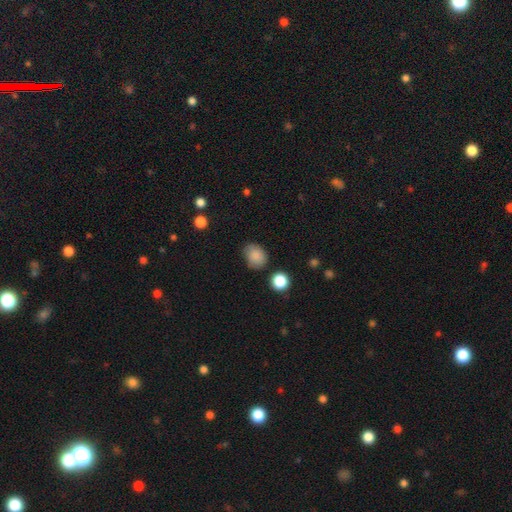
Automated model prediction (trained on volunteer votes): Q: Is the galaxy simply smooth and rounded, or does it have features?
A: smooth — 86%.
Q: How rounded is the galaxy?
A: round — 52%.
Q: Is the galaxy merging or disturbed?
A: none — 74%.